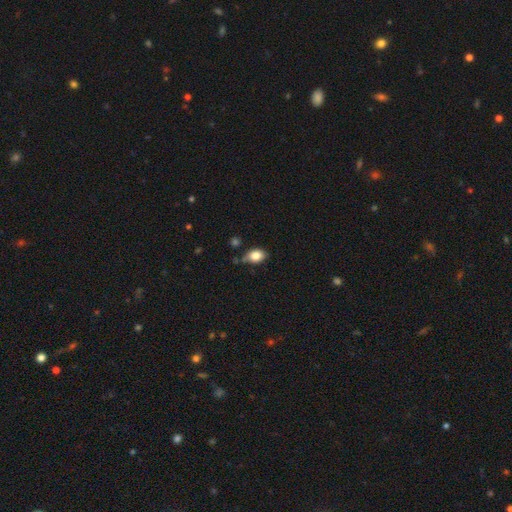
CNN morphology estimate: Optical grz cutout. It shows a smooth galaxy with no disk features (83%) that is in between round and cigar-shaped (81%). Merging: none (67%).